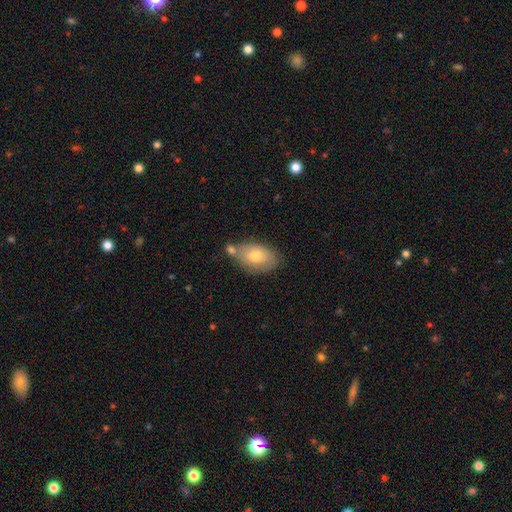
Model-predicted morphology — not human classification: This is likely a smooth galaxy (73%). How rounded: clearly in between (89%). Merging: possibly none (59%).